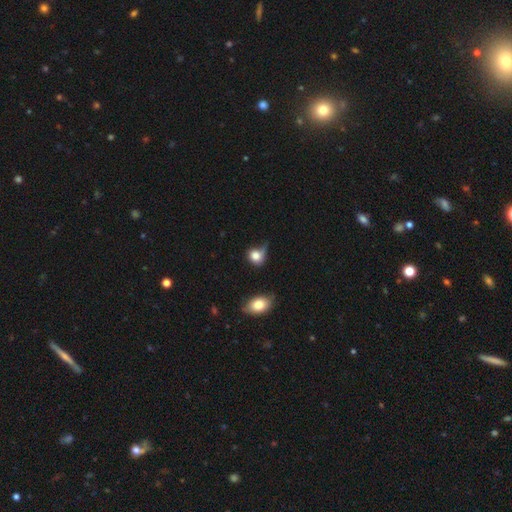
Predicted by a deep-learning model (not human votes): Overall: smooth (80%). How rounded: round (65%; in between 33%). Merging: none (36%; minor disturbance 31%).